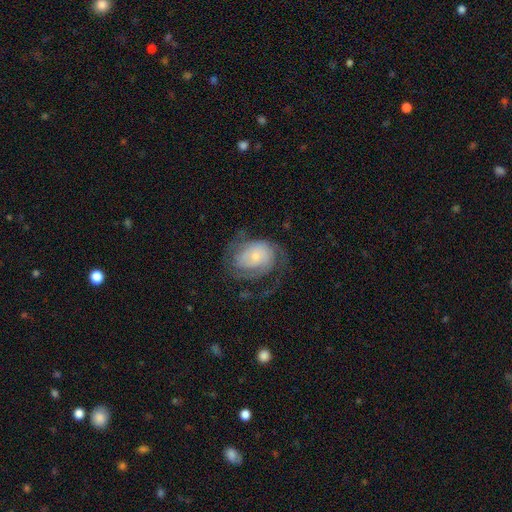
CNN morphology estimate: A featured or disk galaxy (72%) with no bar (73%), 2 (41%) tight (46%) spiral arms (89%) and a small central bulge (66%).

Vote fractions:
- Smooth or featured? featured or disk: 72% / smooth: 22% / star or artifact: 7%
- Edge-on disk? no: 97% / yes: 3%
- Bar? no: 73% / weak: 23% / strong: 5%
- Spiral arms? yes: 89% / no: 11%
- Spiral winding? tight: 46% / medium: 36% / loose: 18%
- Spiral arm count? 2: 41% / can't tell: 28% / 3: 13% / 1: 10% / 4: 4% / more than 4: 4%
- Bulge size? small: 66% / moderate: 22% / large: 5% / none: 4% / dominant: 2%
- Merging? none: 51% / major disturbance: 27% / minor disturbance: 21% / merger: 1%